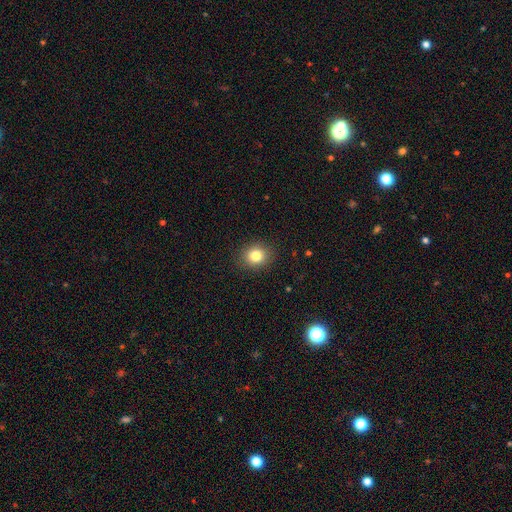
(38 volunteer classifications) Q: Smooth or featured?
A: smooth (79%); runner-up: featured or disk (16%)
Q: How rounded?
A: round (73%); runner-up: in between (27%)
Q: Merging?
A: none (89%); runner-up: minor disturbance (11%)